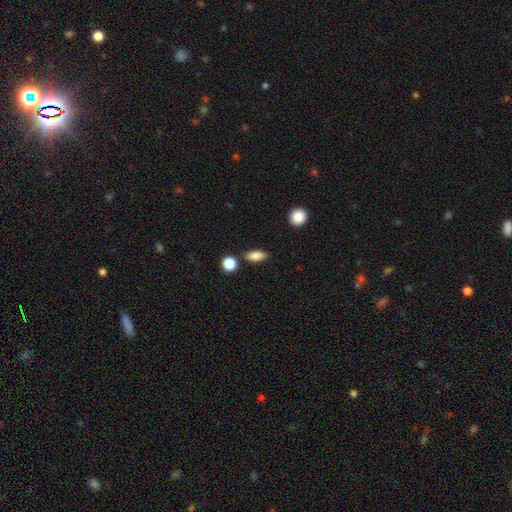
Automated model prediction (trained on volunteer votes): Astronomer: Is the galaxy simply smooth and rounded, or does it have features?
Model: smooth — 83%.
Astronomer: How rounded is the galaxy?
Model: in between — 77%.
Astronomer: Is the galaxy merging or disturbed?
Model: none — 82%.